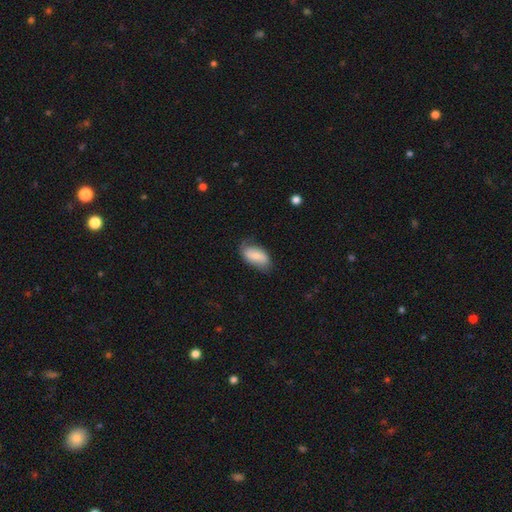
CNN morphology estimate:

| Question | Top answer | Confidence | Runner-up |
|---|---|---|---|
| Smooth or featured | smooth | 62% | featured or disk (31%) |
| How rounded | in between | 93% | cigar-shaped (4%) |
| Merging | none | 63% | minor disturbance (28%) |